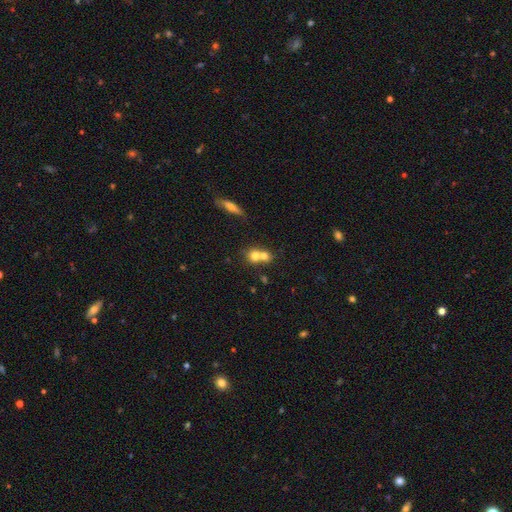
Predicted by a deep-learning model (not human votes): Q: Smooth or featured?
A: smooth (72%); runner-up: featured or disk (17%)
Q: How rounded?
A: round (75%); runner-up: in between (23%)
Q: Merging?
A: merger (59%); runner-up: none (32%)